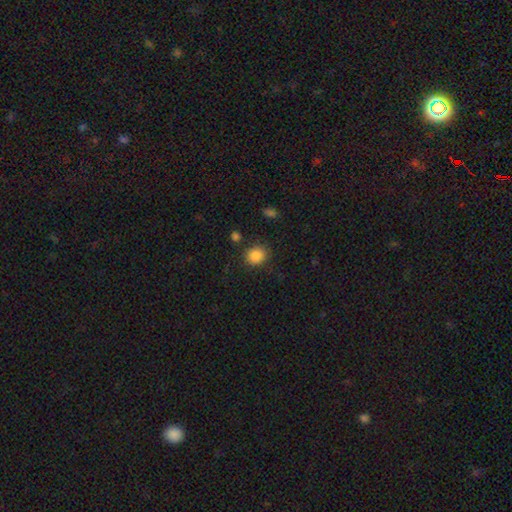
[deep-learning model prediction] Morphology: type=smooth (86%); roundness=round (76%); merging=none (83%).